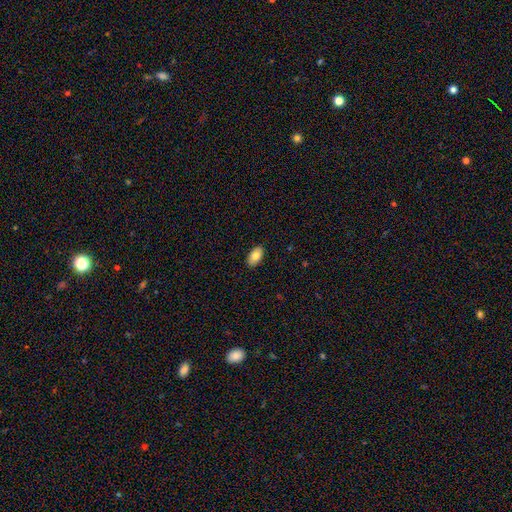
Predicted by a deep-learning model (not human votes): Morphology: type=smooth (79%); roundness=in between (93%); merging=none (89%).